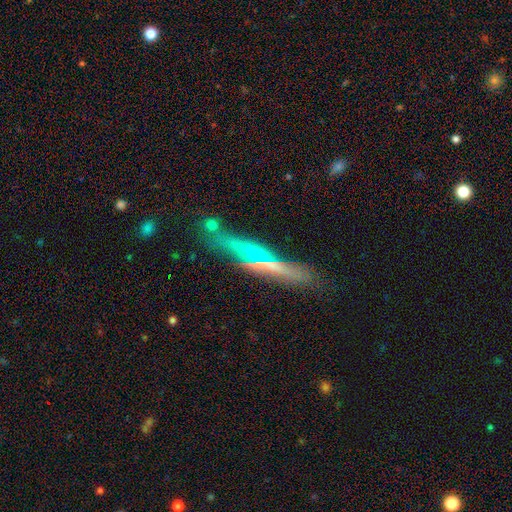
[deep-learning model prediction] Smooth or featured?
  - featured or disk: 54% *
  - smooth: 31%
  - star or artifact: 15%
Edge-on disk?
  - yes: 88% *
  - no: 12%
Merging?
  - none: 79% *
  - minor disturbance: 12%
  - merger: 6%
  - major disturbance: 4%